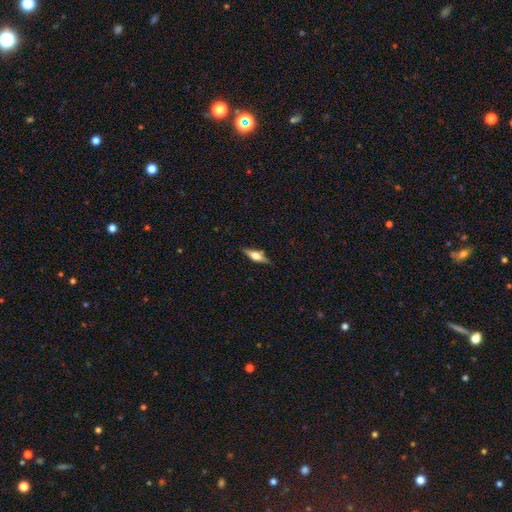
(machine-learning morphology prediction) Overall: featured or disk (52%; smooth 41%). Edge-on disk: yes (94%). Merging: none (83%).